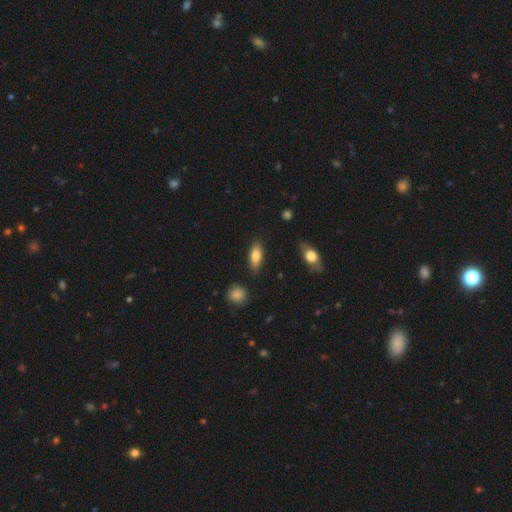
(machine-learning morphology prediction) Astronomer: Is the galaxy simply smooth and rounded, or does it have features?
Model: smooth — 78%.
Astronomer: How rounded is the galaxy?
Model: in between — 78%.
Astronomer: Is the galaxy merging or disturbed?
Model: none — 84%.